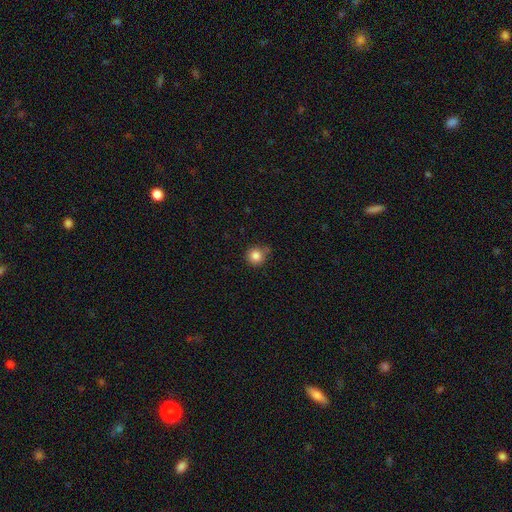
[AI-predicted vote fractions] This is clearly a smooth galaxy (84%). How rounded: clearly round (93%). Merging: likely none (74%).